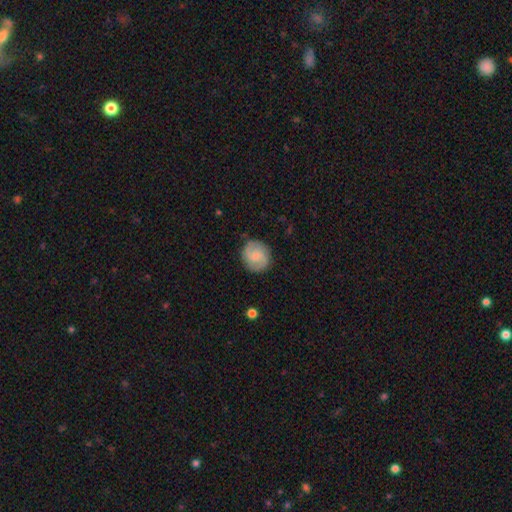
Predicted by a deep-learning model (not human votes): Smooth or featured? smooth (47%)
Merging? none (83%)